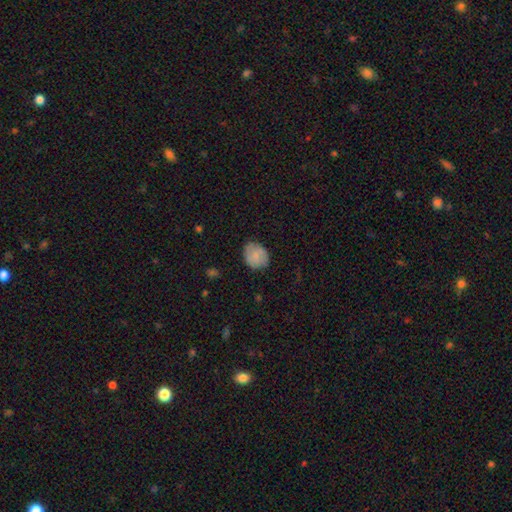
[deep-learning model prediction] Smooth or featured?
  - smooth: 80% *
  - featured or disk: 12%
  - star or artifact: 8%
How rounded?
  - round: 61% *
  - in between: 38%
  - cigar-shaped: 1%
Merging?
  - none: 75% *
  - minor disturbance: 20%
  - major disturbance: 4%
  - merger: 1%